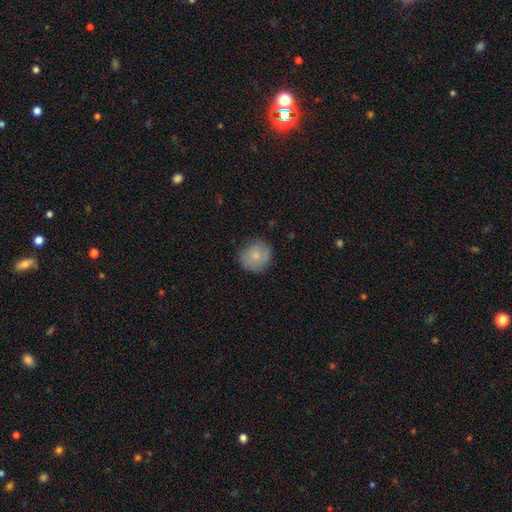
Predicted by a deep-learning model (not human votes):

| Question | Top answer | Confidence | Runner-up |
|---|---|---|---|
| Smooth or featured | smooth | 76% | featured or disk (17%) |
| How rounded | round | 88% | in between (11%) |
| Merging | none | 79% | minor disturbance (17%) |